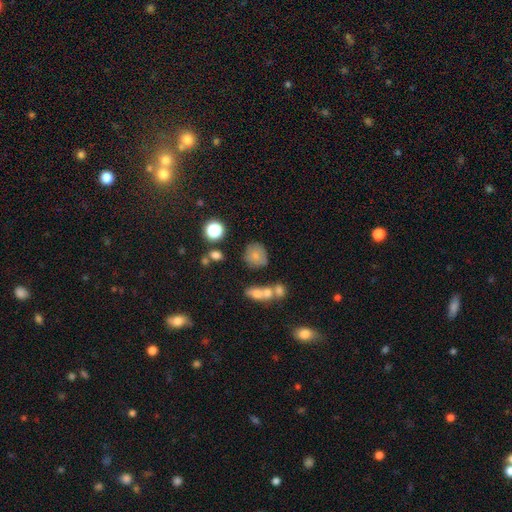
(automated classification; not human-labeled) Smooth or featured?
  - smooth: 73% *
  - featured or disk: 14%
  - star or artifact: 13%
How rounded?
  - round: 80% *
  - in between: 19%
  - cigar-shaped: 1%
Merging?
  - none: 63% *
  - minor disturbance: 17%
  - merger: 13%
  - major disturbance: 6%